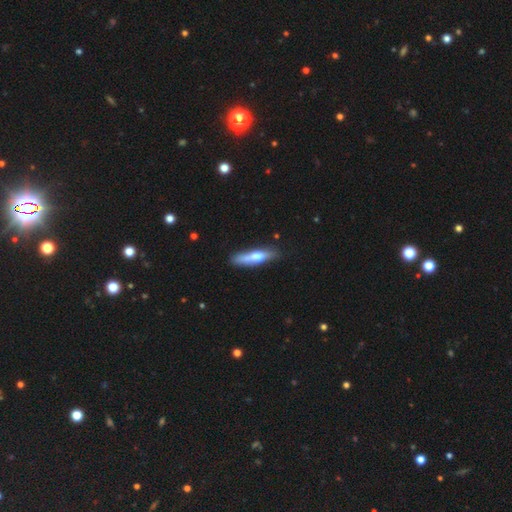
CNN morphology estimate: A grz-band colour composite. It shows a smooth galaxy with no disk features (57%) that is cigar-shaped (77%). Merging: none (66%).